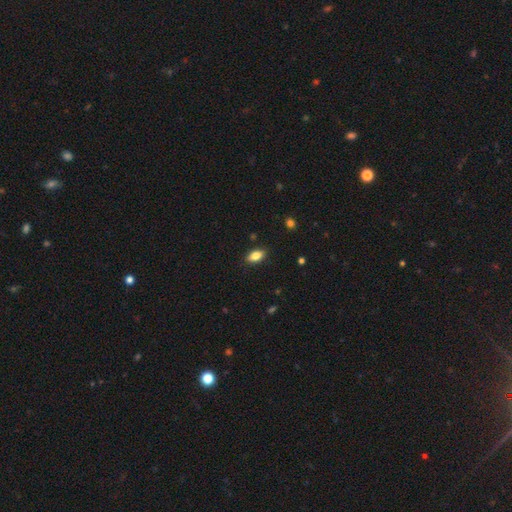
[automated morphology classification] Smooth or featured?
  - smooth: 82% *
  - featured or disk: 10%
  - star or artifact: 8%
How rounded?
  - in between: 89% *
  - cigar-shaped: 6%
  - round: 5%
Merging?
  - none: 87% *
  - minor disturbance: 9%
  - major disturbance: 2%
  - merger: 1%